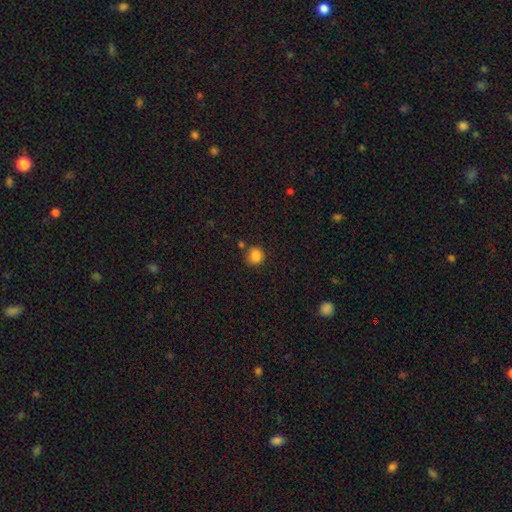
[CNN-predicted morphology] This appears to be a smooth galaxy with no disk features (85%) that is round (85%). Merging: none (78%).